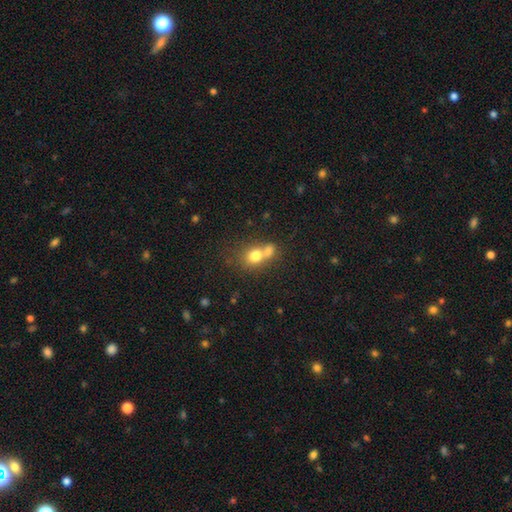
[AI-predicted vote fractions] Morphology: type=smooth (74%); roundness=round (62%); merging=merger (58%).